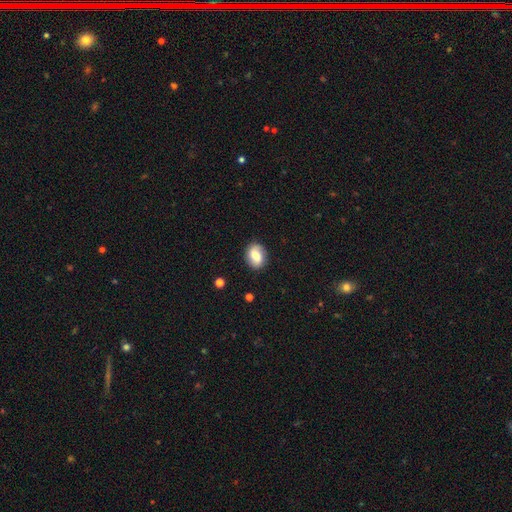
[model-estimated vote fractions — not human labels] This is likely a smooth galaxy (62%). How rounded: likely in between (64%). Merging: clearly none (84%).